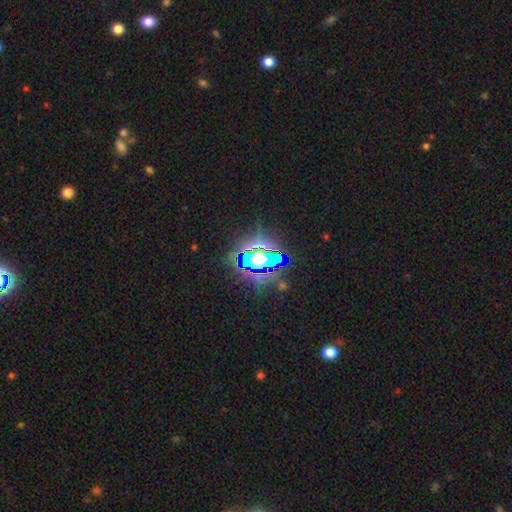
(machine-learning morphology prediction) Smooth or featured: star or artifact — 70% (smooth — 16%)